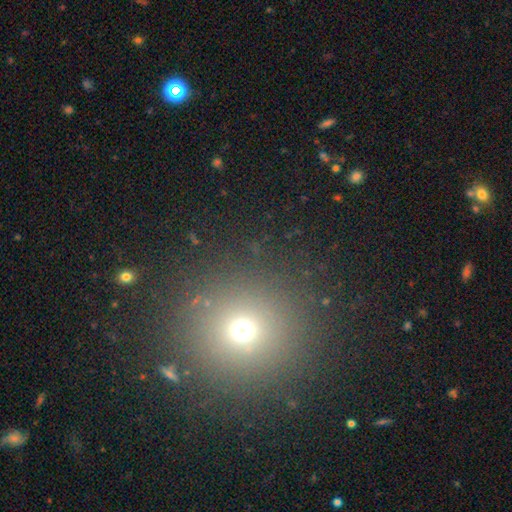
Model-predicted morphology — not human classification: Q: Smooth or featured?
A: smooth (58%); runner-up: star or artifact (34%)
Q: How rounded?
A: round (94%); runner-up: in between (5%)
Q: Merging?
A: none (90%); runner-up: minor disturbance (6%)